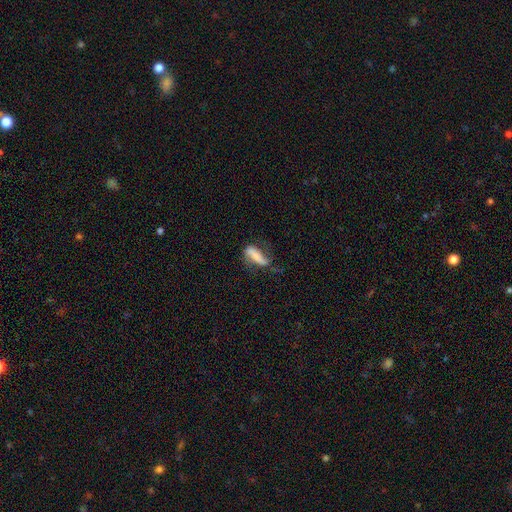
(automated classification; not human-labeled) Smooth or featured?
  - smooth: 46% *
  - featured or disk: 45%
  - star or artifact: 9%
Merging?
  - none: 41% *
  - major disturbance: 28%
  - minor disturbance: 28%
  - merger: 4%